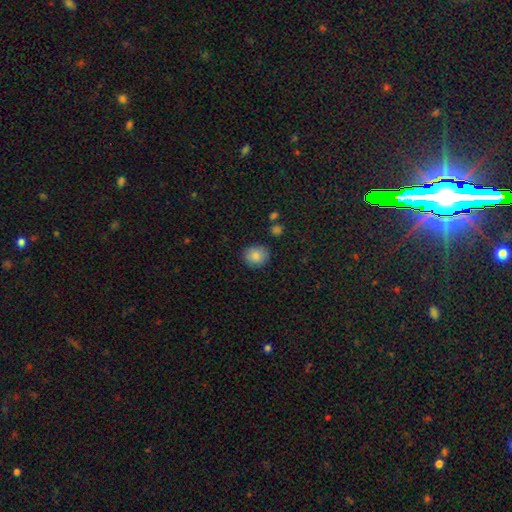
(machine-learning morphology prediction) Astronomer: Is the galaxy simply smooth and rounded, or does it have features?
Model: smooth — 85%.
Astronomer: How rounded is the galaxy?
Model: round — 77%.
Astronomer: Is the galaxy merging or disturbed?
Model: none — 85%.